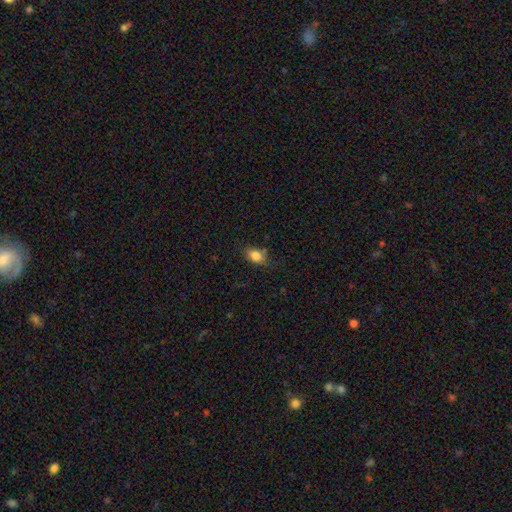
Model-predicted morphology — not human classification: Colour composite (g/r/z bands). It shows a smooth galaxy with no disk features (84%) that is in between round and cigar-shaped (80%). Merging: none (71%).